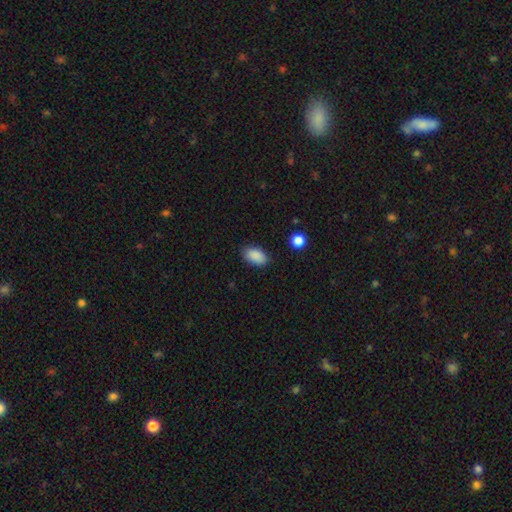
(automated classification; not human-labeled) This is clearly a smooth galaxy (89%). How rounded: clearly in between (92%). Merging: clearly none (83%).